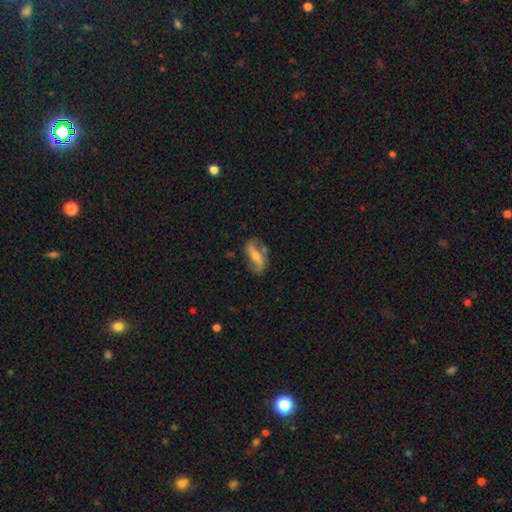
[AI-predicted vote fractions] Smooth or featured? Predicted: featured or disk (p=0.71). Edge-on disk? Predicted: no (p=0.87). Bar? Predicted: strong (p=0.41). Spiral arms? Predicted: yes (p=0.85). Spiral winding? Predicted: loose (p=0.63). Spiral arm count? Predicted: 2 (p=0.89). Bulge size? Predicted: moderate (p=0.50). Merging? Predicted: none (p=0.72).